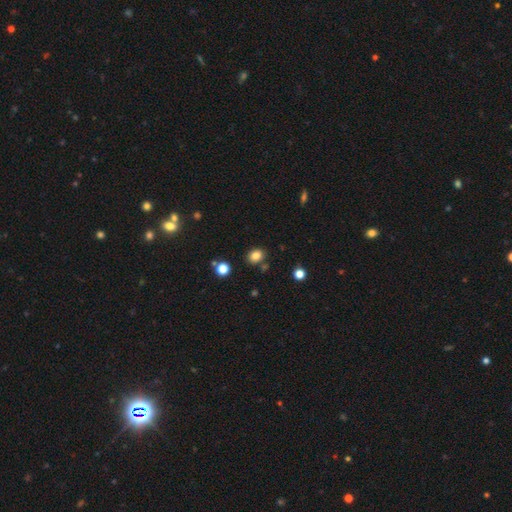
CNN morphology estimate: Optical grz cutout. It shows a smooth galaxy with no disk features (82%) that is round (55%). Merging: none (82%).